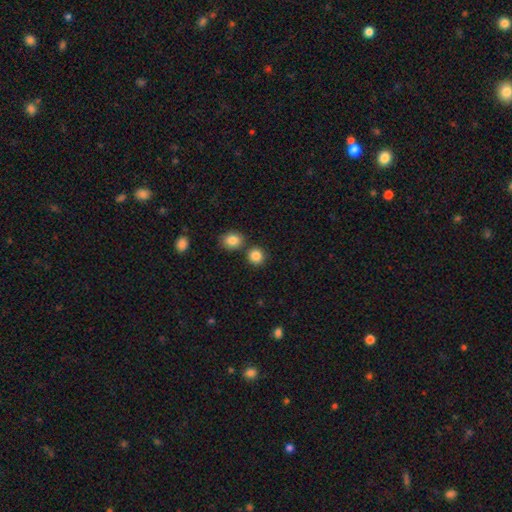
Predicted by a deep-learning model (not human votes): Smooth or featured: smooth — 86% (star or artifact — 10%)
How rounded: round — 89% (in between — 10%)
Merging: none — 76% (merger — 14%)